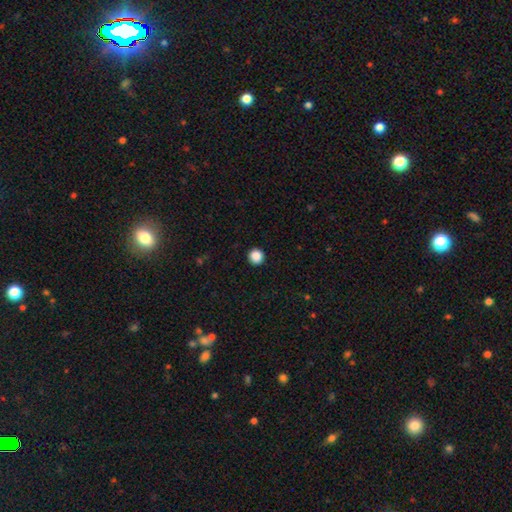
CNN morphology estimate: type=smooth (88%); roundness=round (95%); merging=none (93%).